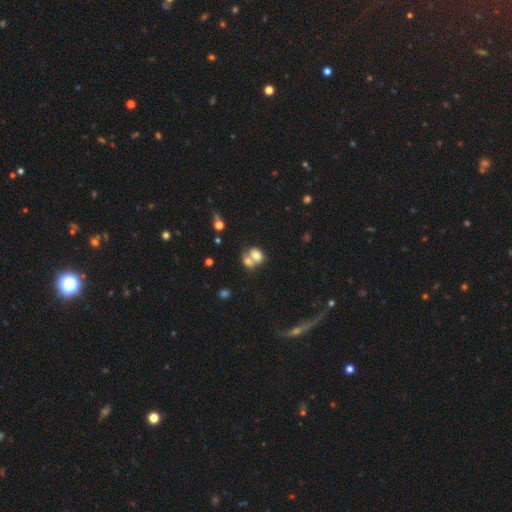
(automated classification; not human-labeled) Morphology: type=smooth (73%); roundness=in between (71%); merging=merger (64%).